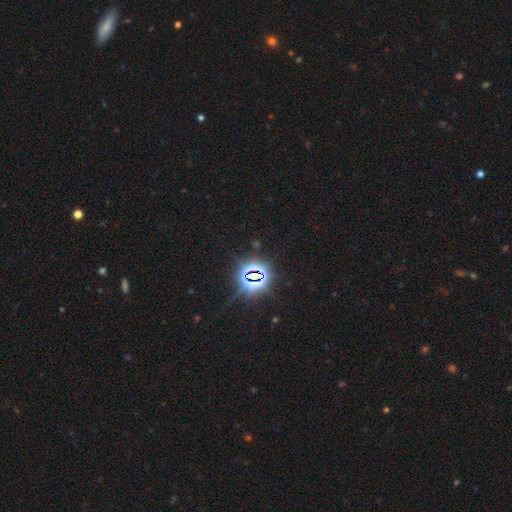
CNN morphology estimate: A star or artifact, not a galaxy (83%).